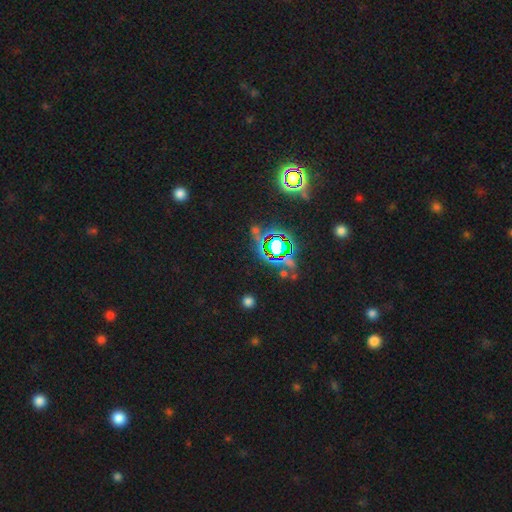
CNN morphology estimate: Smooth or featured?
  - star or artifact: 63% *
  - smooth: 22%
  - featured or disk: 16%